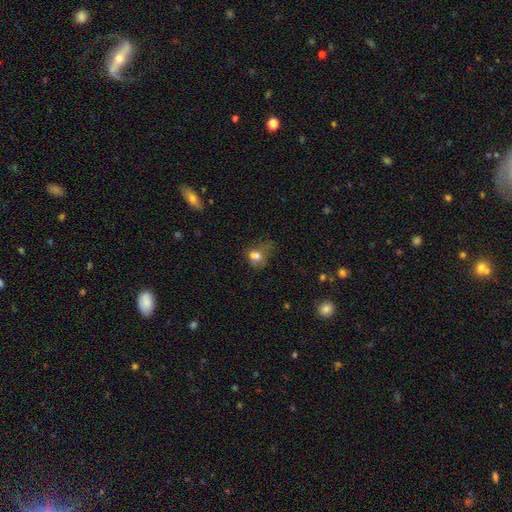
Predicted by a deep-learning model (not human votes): A smooth galaxy with no disk features (71%) that is round (50%).

Vote fractions:
- Smooth or featured? smooth: 71% / featured or disk: 16% / star or artifact: 13%
- How rounded? round: 50% / in between: 48% / cigar-shaped: 1%
- Merging? major disturbance: 32% / none: 31% / minor disturbance: 26% / merger: 11%